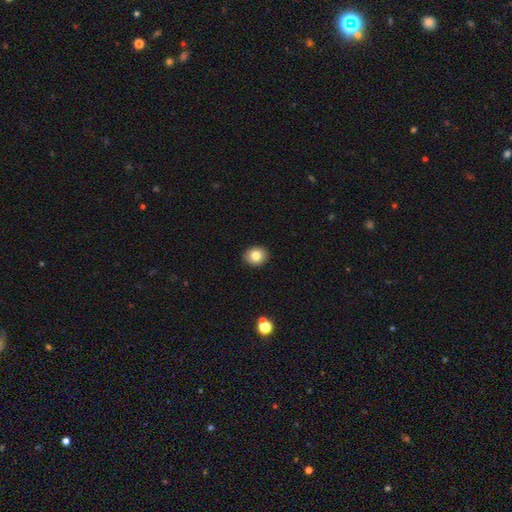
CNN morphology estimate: The model was most divided on "how rounded": round: 67%, in between: 32%, cigar-shaped: 1%. More confident: merging — none (91%); smooth or featured — smooth (81%).